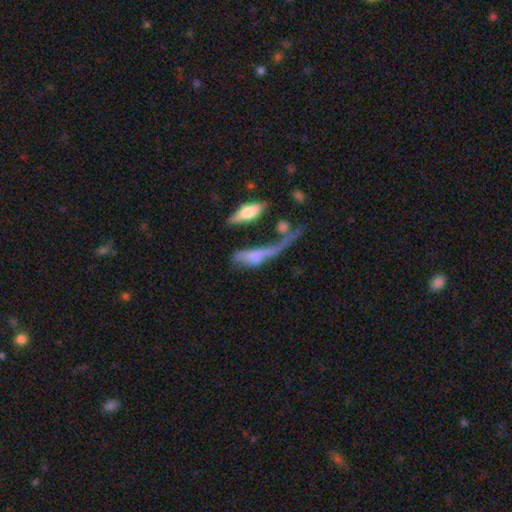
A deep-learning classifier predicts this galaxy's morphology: A smooth galaxy with no disk features (48%).

Vote fractions:
- Smooth or featured? smooth: 48% / featured or disk: 41% / star or artifact: 11%
- Merging? merger: 36% / major disturbance: 34% / none: 18% / minor disturbance: 12%